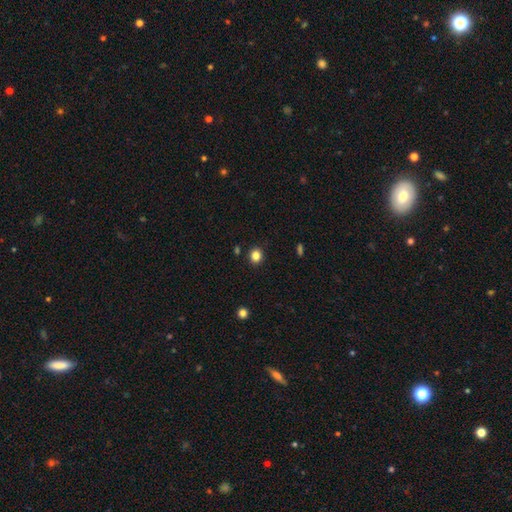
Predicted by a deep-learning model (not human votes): This appears to be a smooth galaxy with no disk features (83%) that is round (79%). Merging: none (90%).